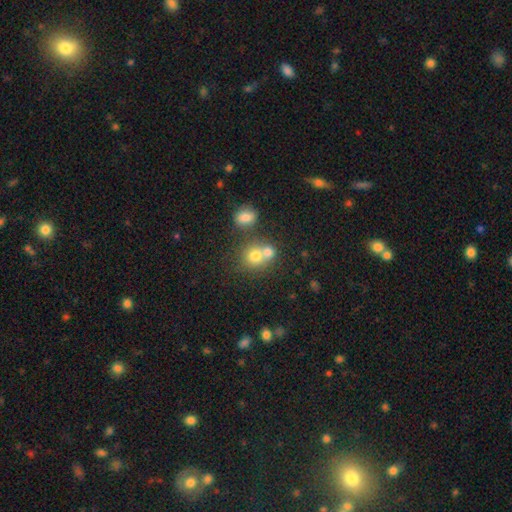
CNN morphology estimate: smooth_or_featured: smooth (p=0.73) [alt: featured or disk p=0.14]
how_rounded: round (p=0.80) [alt: in between p=0.19]
merging: merger (p=0.49) [alt: none p=0.40]